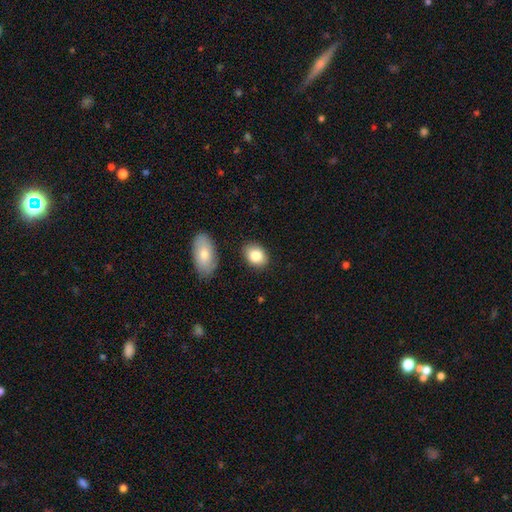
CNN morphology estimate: A smooth galaxy with no disk features (84%) that is in between round and cigar-shaped (77%).

Vote fractions:
- Smooth or featured? smooth: 84% / featured or disk: 9% / star or artifact: 7%
- How rounded? in between: 77% / round: 21% / cigar-shaped: 1%
- Merging? none: 82% / minor disturbance: 11% / merger: 4% / major disturbance: 3%